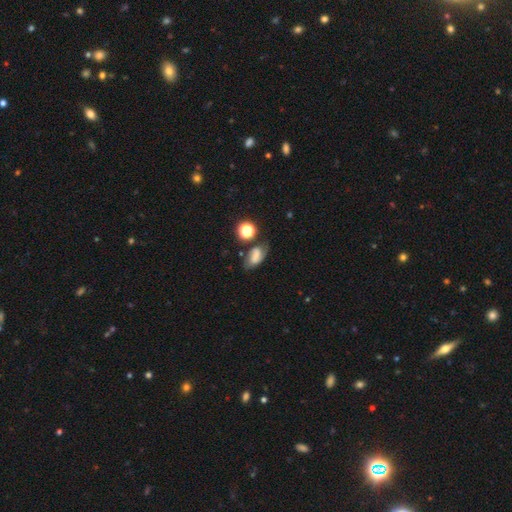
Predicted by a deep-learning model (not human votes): Smooth or featured?
  - smooth: 48% *
  - featured or disk: 37%
  - star or artifact: 15%
Merging?
  - none: 59% *
  - minor disturbance: 23%
  - major disturbance: 10%
  - merger: 8%